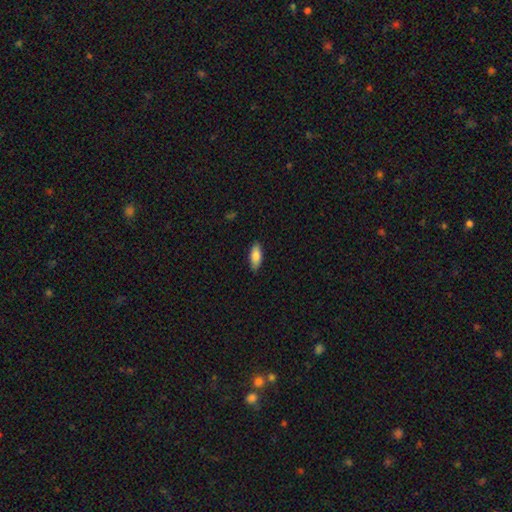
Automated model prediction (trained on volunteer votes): Smooth or featured: smooth — 84% (featured or disk — 10%)
How rounded: in between — 77% (cigar-shaped — 21%)
Merging: none — 88% (minor disturbance — 10%)